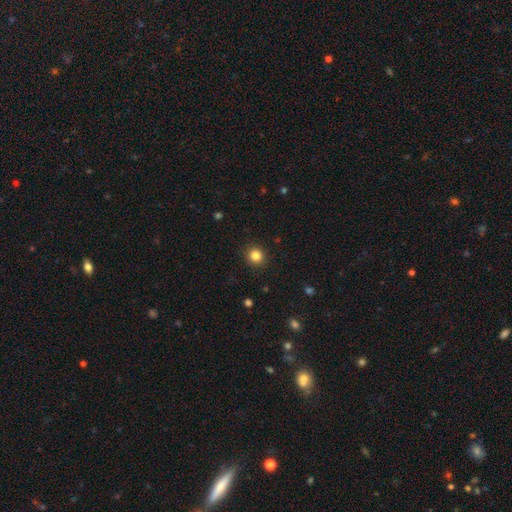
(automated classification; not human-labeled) This is clearly a smooth galaxy (84%). How rounded: clearly round (90%). Merging: clearly none (92%).